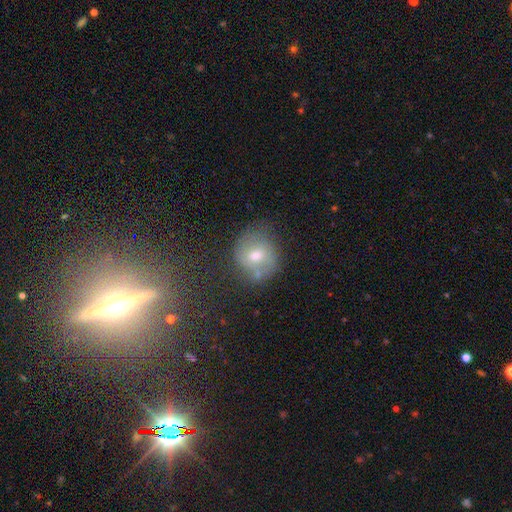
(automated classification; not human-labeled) A smooth galaxy with no disk features (57%) that is round (77%). Merging: none (62%).